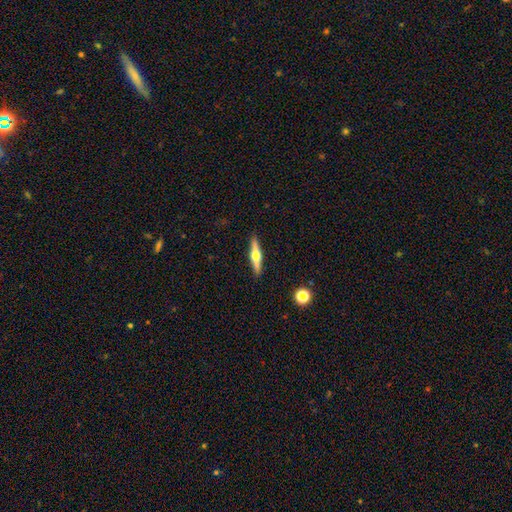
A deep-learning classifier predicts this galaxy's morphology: Overall: featured or disk (62%; smooth 32%). Edge-on disk: yes (97%). Edge-on bulge: rounded (94%). Merging: none (91%).